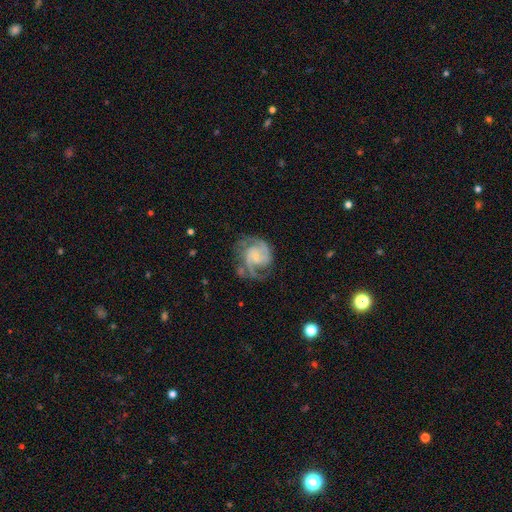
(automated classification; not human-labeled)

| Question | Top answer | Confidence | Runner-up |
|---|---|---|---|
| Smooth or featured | featured or disk | 88% | smooth (7%) |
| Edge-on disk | no | 98% | yes (2%) |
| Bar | no | 57% | weak (35%) |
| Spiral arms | yes | 97% | no (3%) |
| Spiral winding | medium | 50% | tight (37%) |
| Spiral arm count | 2 | 60% | 3 (19%) |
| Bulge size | small | 69% | moderate (19%) |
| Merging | none | 63% | minor disturbance (20%) |